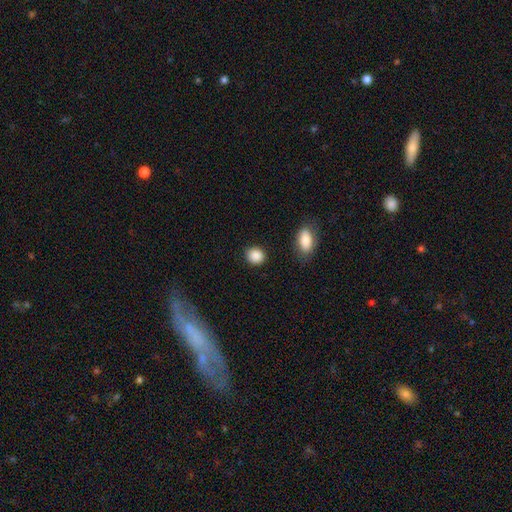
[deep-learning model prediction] This is clearly a smooth galaxy (89%). How rounded: likely round (77%). Merging: clearly none (87%).